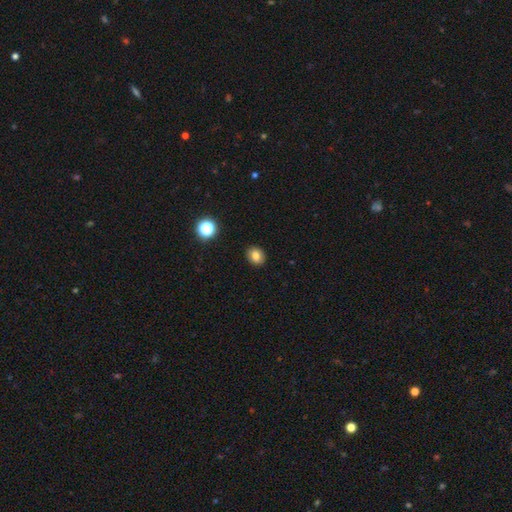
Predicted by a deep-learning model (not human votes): Smooth or featured: smooth — 79% (star or artifact — 12%)
How rounded: round — 60% (in between — 39%)
Merging: none — 90% (minor disturbance — 7%)